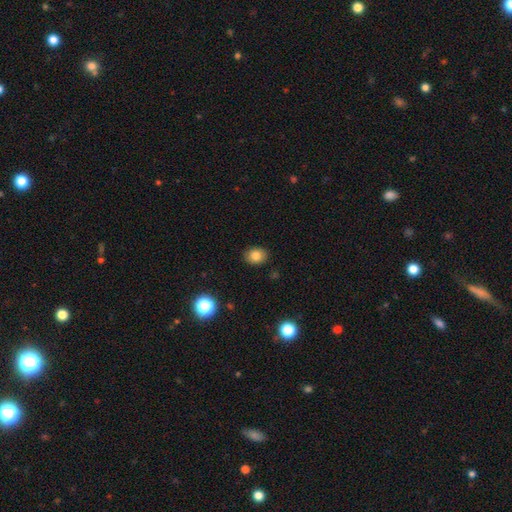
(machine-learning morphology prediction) The model was most divided on "how rounded": in between: 51%, round: 48%, cigar-shaped: 1%. More confident: merging — none (88%); smooth or featured — smooth (83%).